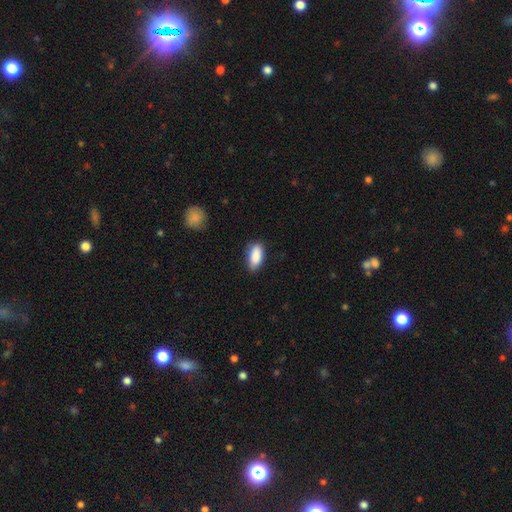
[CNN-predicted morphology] Smooth or featured?
  - smooth: 89% *
  - star or artifact: 6%
  - featured or disk: 5%
How rounded?
  - in between: 89% *
  - cigar-shaped: 9%
  - round: 2%
Merging?
  - none: 81% *
  - minor disturbance: 15%
  - major disturbance: 3%
  - merger: 1%